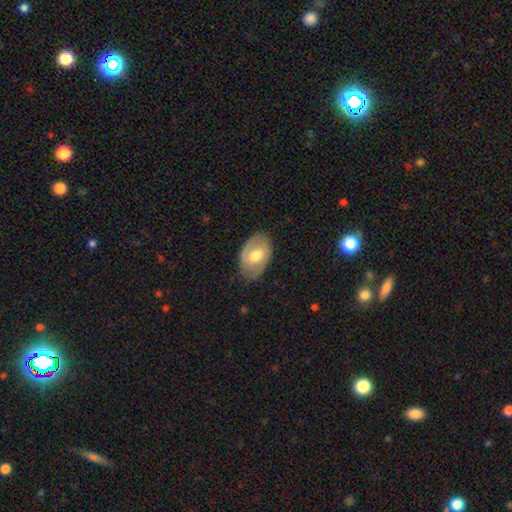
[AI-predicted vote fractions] smooth-or-featured: smooth: 50% | featured or disk: 44% | star or artifact: 6%
  how-rounded: in between: 86% | round: 13% | cigar-shaped: 1%
  merging: none: 75% | minor disturbance: 18% | major disturbance: 5% | merger: 1%